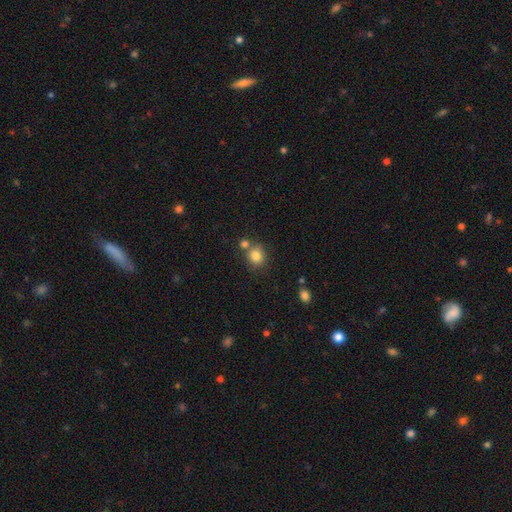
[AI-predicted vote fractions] Smooth or featured? Predicted: smooth (p=0.82). How rounded? Predicted: round (p=0.80). Merging? Predicted: none (p=0.62).